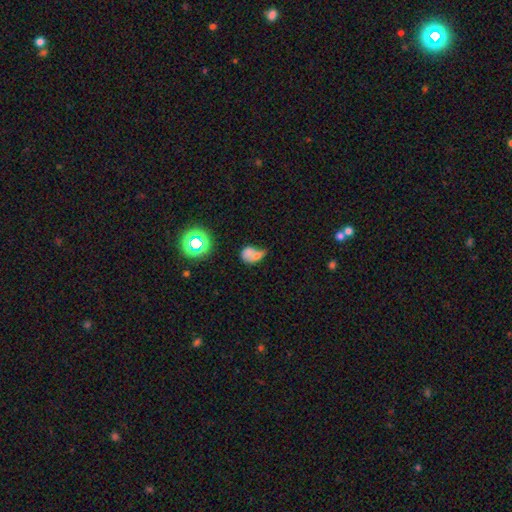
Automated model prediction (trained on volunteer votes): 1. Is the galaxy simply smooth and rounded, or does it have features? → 64% smooth, 21% featured or disk, 15% star or artifact.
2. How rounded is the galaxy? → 57% in between, 41% round, 2% cigar-shaped.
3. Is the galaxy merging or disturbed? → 63% merger, 18% none, 10% minor disturbance, 9% major disturbance.